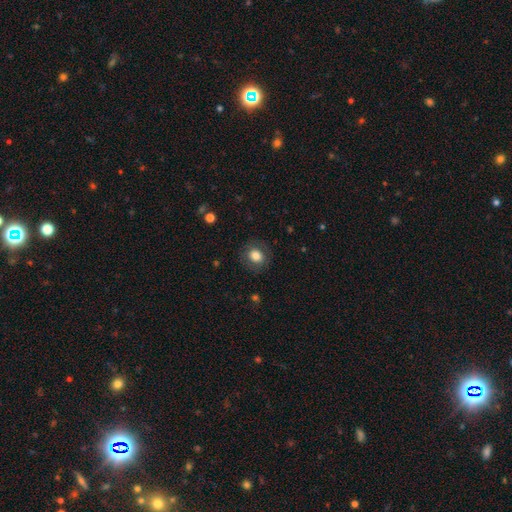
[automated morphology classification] type=smooth (78%); roundness=round (71%); merging=none (84%).